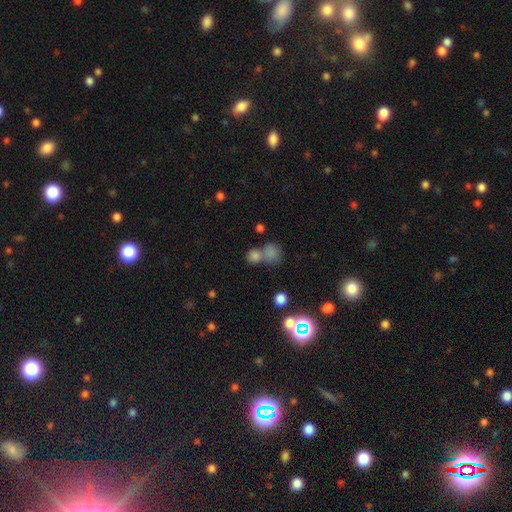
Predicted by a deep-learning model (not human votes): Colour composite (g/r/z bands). It shows a smooth galaxy with no disk features (73%) that is round (74%). Merging: merger (46%).